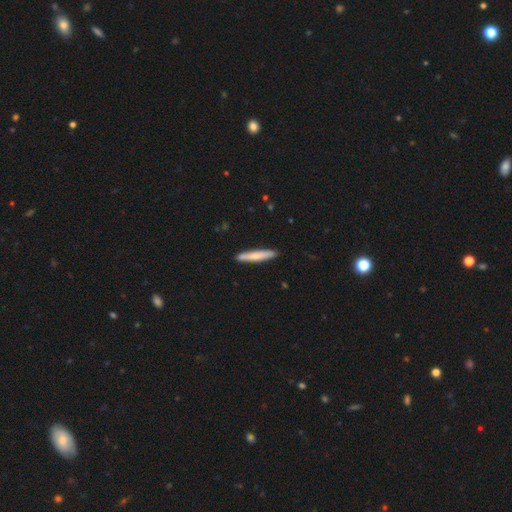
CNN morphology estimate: Smooth or featured? smooth (72%)
How rounded? cigar-shaped (94%)
Merging? none (90%)